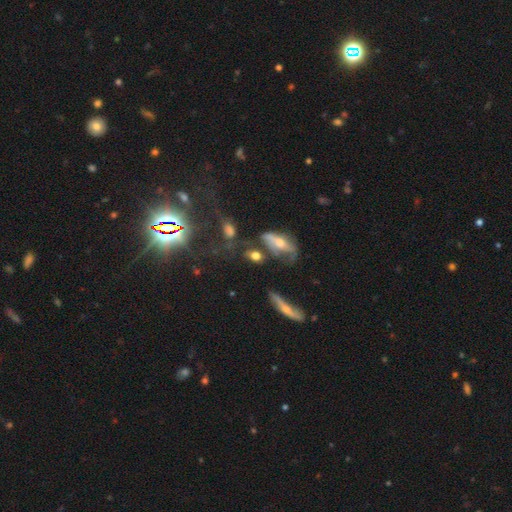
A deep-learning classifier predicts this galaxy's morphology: Q: Smooth or featured?
A: smooth (59%); runner-up: featured or disk (26%)
Q: How rounded?
A: in between (66%); runner-up: round (22%)
Q: Merging?
A: none (45%); runner-up: merger (20%)